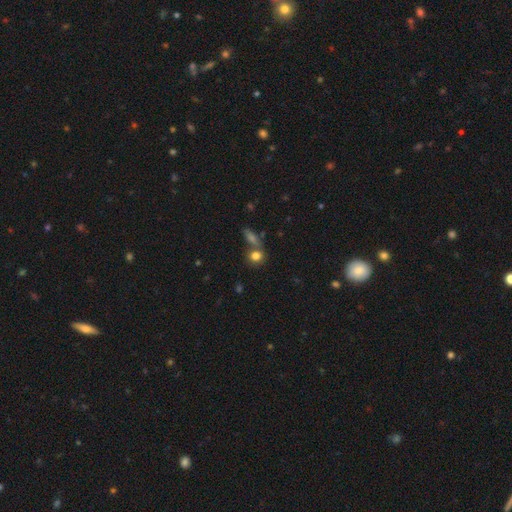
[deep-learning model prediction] smooth-or-featured: smooth: 80% | star or artifact: 11% | featured or disk: 9%
  how-rounded: round: 64% | in between: 32% | cigar-shaped: 4%
  merging: none: 56% | merger: 29% | minor disturbance: 11% | major disturbance: 4%